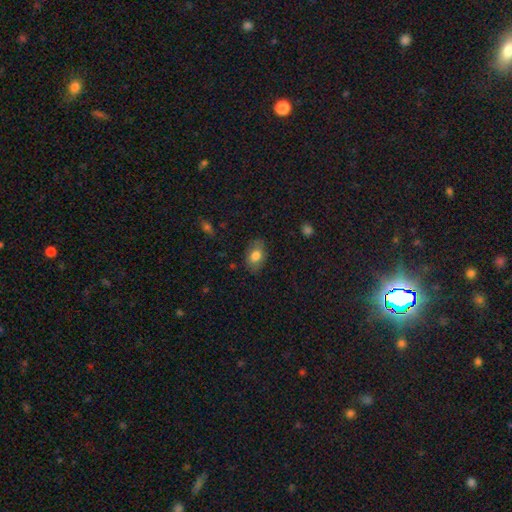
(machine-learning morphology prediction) type=smooth (77%); roundness=in between (86%); merging=none (81%).